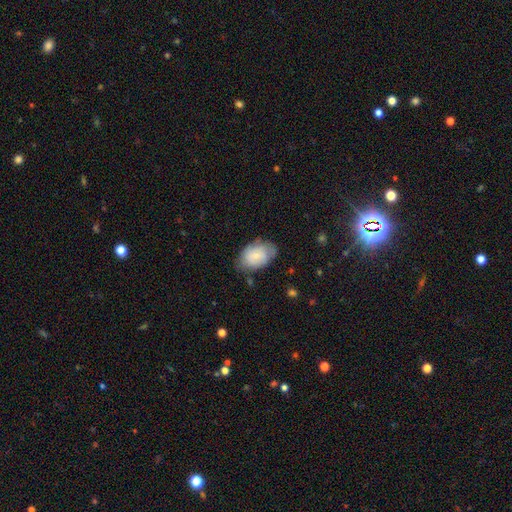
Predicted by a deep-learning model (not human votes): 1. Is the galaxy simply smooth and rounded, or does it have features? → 66% smooth, 27% featured or disk, 7% star or artifact.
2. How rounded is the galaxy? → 86% in between, 13% round, 1% cigar-shaped.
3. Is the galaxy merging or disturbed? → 63% none, 28% minor disturbance, 7% major disturbance, 2% merger.